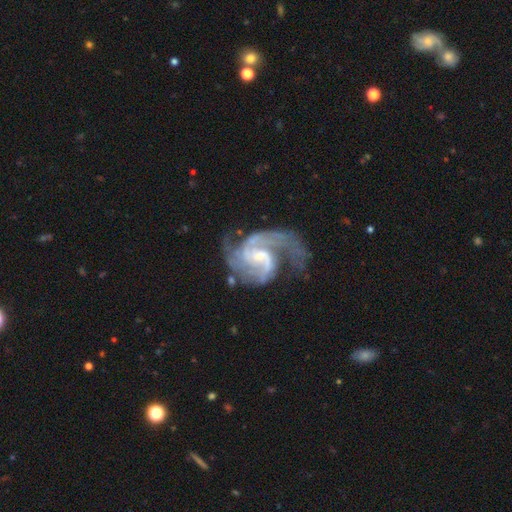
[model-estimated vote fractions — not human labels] featured or disk 91%, star or artifact 5%, smooth 3%. Down the decision tree: edge-on disk — no (98%); bar — weak (56%); spiral arms — yes (98%); spiral arm count — 2 (57%); spiral winding — medium (55%); bulge size — small (51%); merging — none (52%).